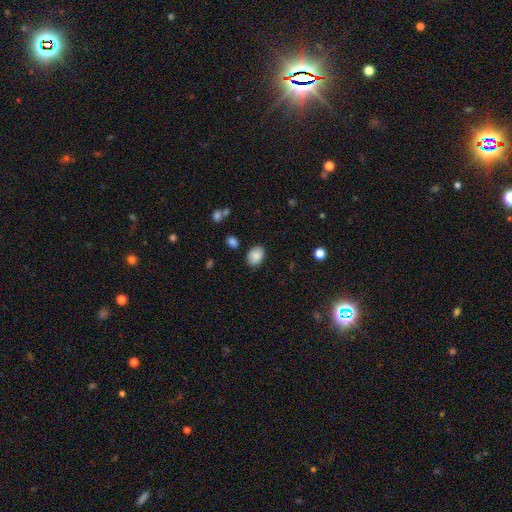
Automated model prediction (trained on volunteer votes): Overall: smooth (86%). How rounded: in between (69%; round 30%). Merging: none (82%).